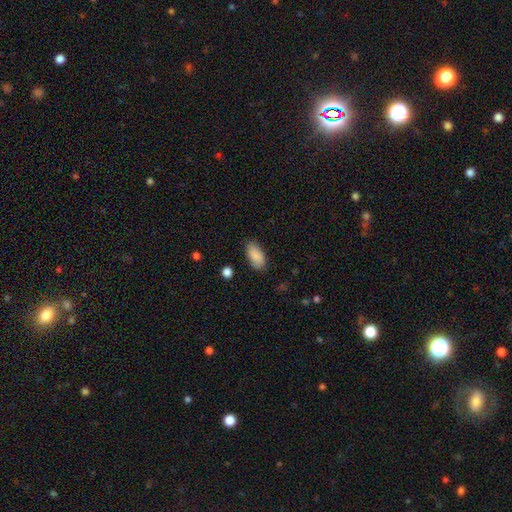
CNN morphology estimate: Overall: smooth (89%). How rounded: in between (92%). Merging: none (82%).